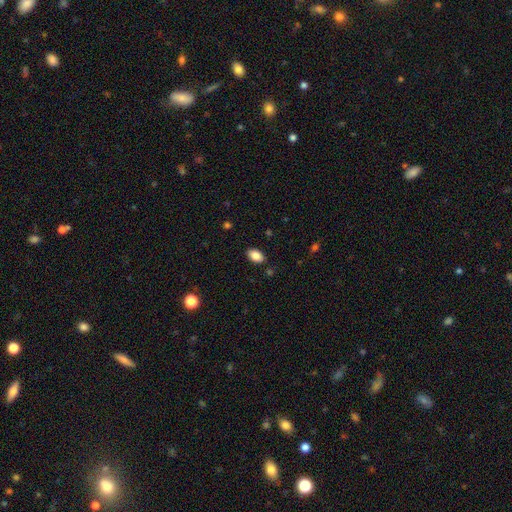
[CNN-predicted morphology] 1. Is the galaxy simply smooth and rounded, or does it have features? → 86% smooth, 8% star or artifact, 6% featured or disk.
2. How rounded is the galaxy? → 92% in between, 7% round, 2% cigar-shaped.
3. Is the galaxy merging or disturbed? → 86% none, 10% minor disturbance, 2% major disturbance, 1% merger.